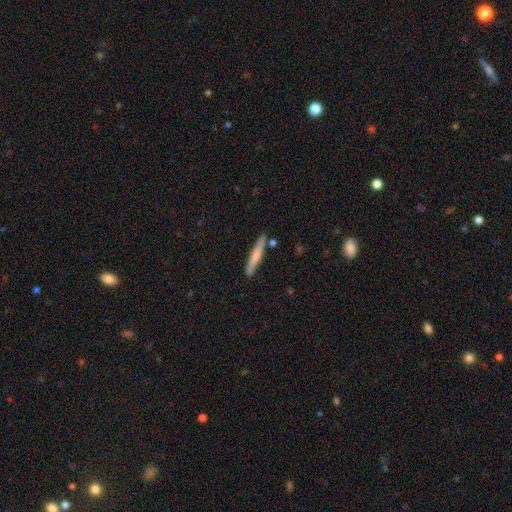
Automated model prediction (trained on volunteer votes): Smooth or featured: smooth — 63% (featured or disk — 32%)
How rounded: cigar-shaped — 94% (in between — 4%)
Merging: none — 83% (minor disturbance — 11%)